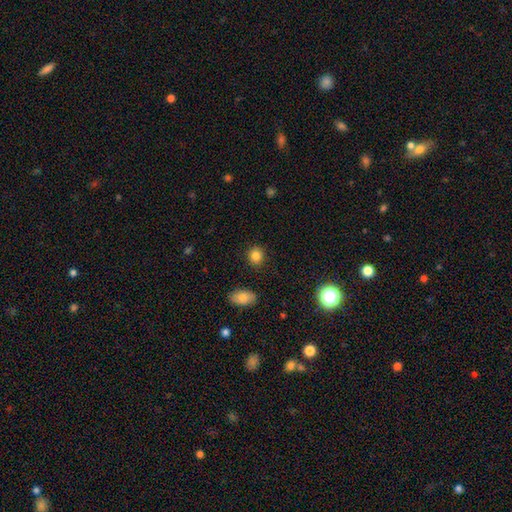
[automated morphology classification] This appears to be a smooth galaxy with no disk features (83%) that is round (74%). Merging: none (88%).